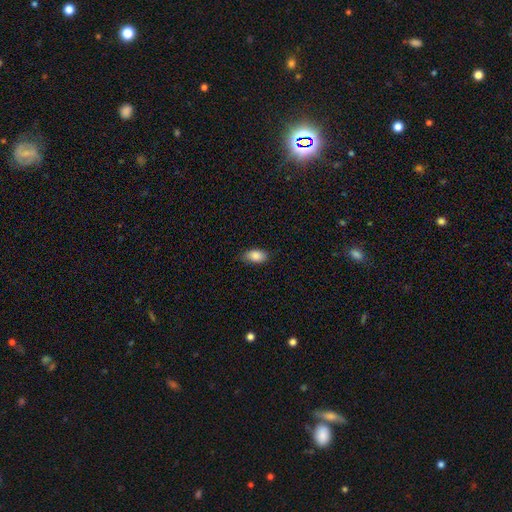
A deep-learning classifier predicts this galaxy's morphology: Q: Smooth or featured?
A: smooth (87%); runner-up: star or artifact (7%)
Q: How rounded?
A: in between (92%); runner-up: round (5%)
Q: Merging?
A: none (79%); runner-up: minor disturbance (17%)